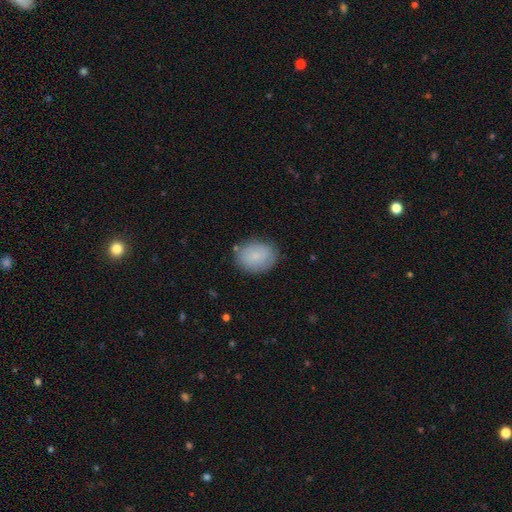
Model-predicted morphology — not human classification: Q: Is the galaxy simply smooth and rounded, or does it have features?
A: smooth — 79%.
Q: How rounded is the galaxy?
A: in between — 54%.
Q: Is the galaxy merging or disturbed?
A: none — 80%.